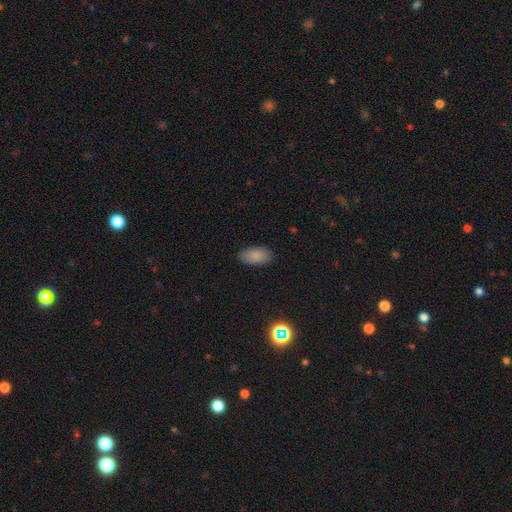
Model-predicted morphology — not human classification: This appears to be a smooth galaxy with no disk features (86%) that is in between round and cigar-shaped (94%). Merging: none (86%).